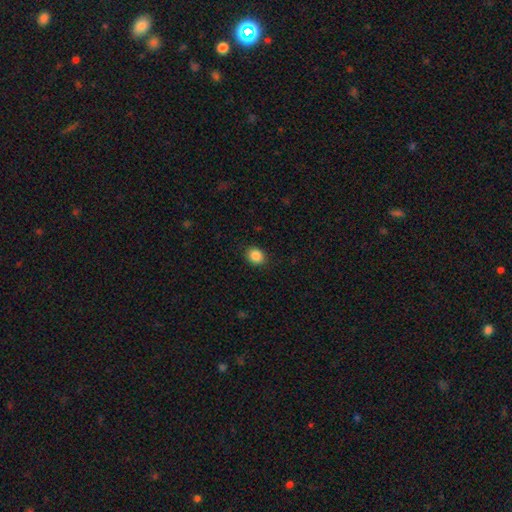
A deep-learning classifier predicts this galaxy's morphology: A smooth galaxy with no disk features (88%) that is round (54%). Merging: none (88%).